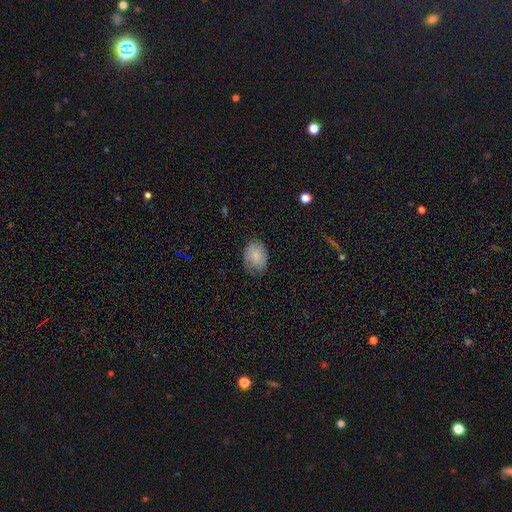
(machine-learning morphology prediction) Q: Smooth or featured?
A: smooth (72%); runner-up: featured or disk (21%)
Q: How rounded?
A: in between (75%); runner-up: round (24%)
Q: Merging?
A: none (70%); runner-up: minor disturbance (23%)